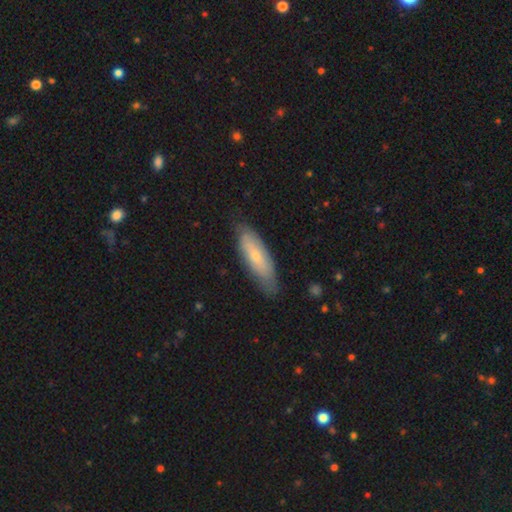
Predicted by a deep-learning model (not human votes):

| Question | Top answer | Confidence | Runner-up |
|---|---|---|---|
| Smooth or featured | smooth | 60% | featured or disk (34%) |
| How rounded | in between | 52% | cigar-shaped (46%) |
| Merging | none | 75% | minor disturbance (20%) |